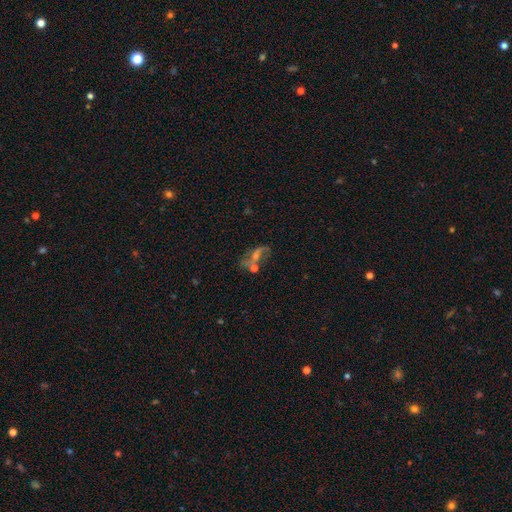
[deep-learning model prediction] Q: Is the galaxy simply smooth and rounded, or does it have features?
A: featured or disk — 57%.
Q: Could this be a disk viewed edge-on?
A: no — 90%.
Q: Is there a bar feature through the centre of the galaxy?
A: no — 52%.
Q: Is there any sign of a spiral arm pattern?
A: yes — 66%.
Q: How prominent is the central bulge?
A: small — 42%.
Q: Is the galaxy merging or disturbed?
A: none — 42%.